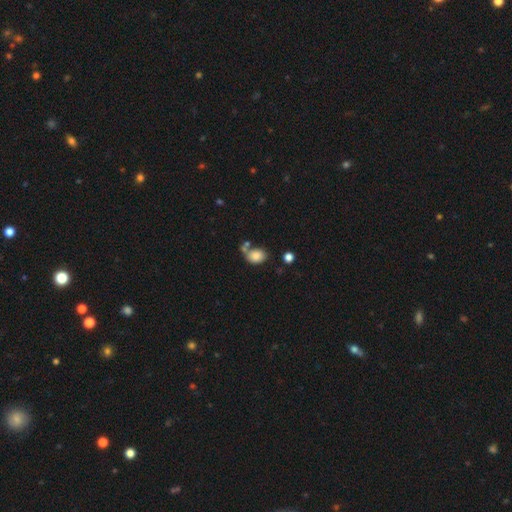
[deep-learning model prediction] Smooth or featured? Predicted: smooth (p=0.83). How rounded? Predicted: in between (p=0.68). Merging? Predicted: none (p=0.53).